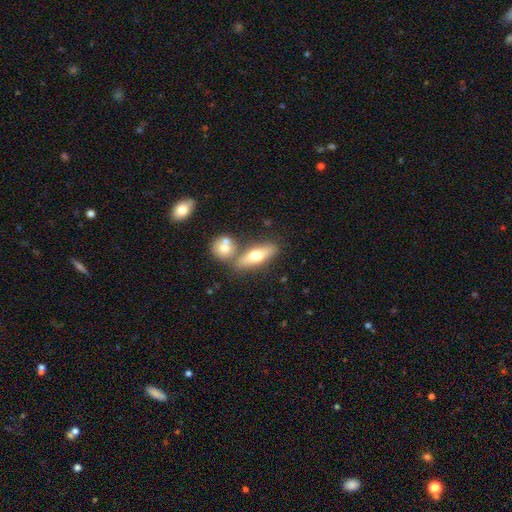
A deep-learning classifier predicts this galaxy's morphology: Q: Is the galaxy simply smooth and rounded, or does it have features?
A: smooth — 56%.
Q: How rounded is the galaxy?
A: in between — 48%.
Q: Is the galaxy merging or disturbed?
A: none — 63%.